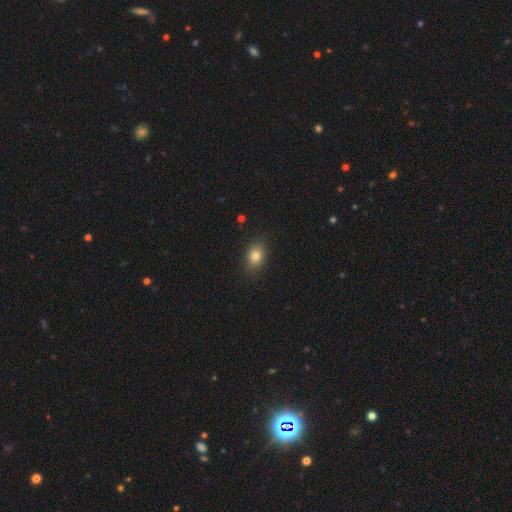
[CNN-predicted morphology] A smooth galaxy with no disk features (81%) that is in between round and cigar-shaped (68%).

Vote fractions:
- Smooth or featured? smooth: 81% / star or artifact: 11% / featured or disk: 8%
- How rounded? in between: 68% / round: 30% / cigar-shaped: 2%
- Merging? none: 84% / minor disturbance: 12% / major disturbance: 3% / merger: 1%